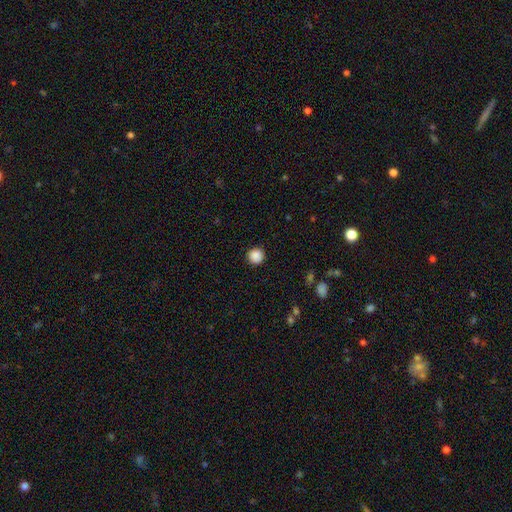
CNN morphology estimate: Smooth or featured?
  - smooth: 88% *
  - star or artifact: 10%
  - featured or disk: 3%
How rounded?
  - round: 94% *
  - in between: 5%
  - cigar-shaped: 1%
Merging?
  - none: 91% *
  - minor disturbance: 6%
  - major disturbance: 2%
  - merger: 1%